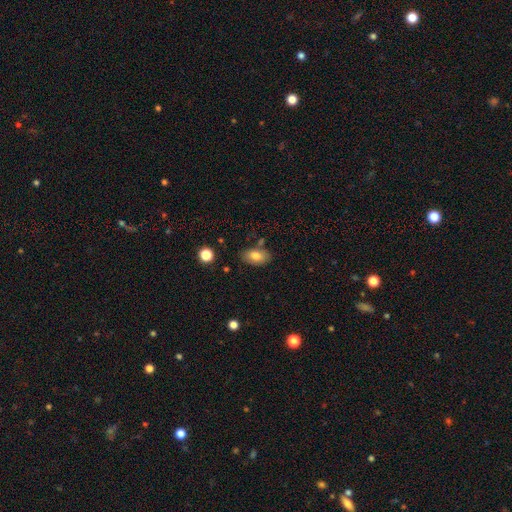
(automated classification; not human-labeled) smooth_or_featured: smooth (p=0.79) [alt: featured or disk p=0.12]
how_rounded: in between (p=0.91) [alt: round p=0.07]
merging: none (p=0.77) [alt: minor disturbance p=0.14]